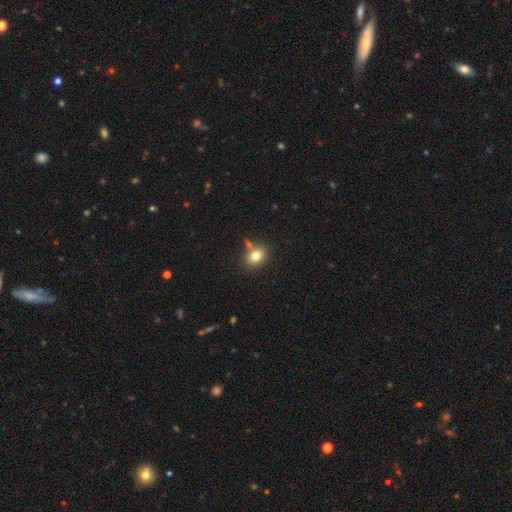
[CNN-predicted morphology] This is likely a smooth galaxy (78%). How rounded: possibly round (50%). Merging: likely none (68%).